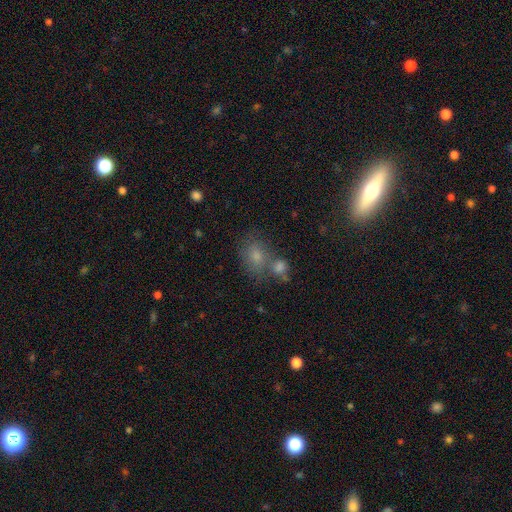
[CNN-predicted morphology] Smooth or featured? smooth (77%)
How rounded? in between (60%)
Merging? none (43%)